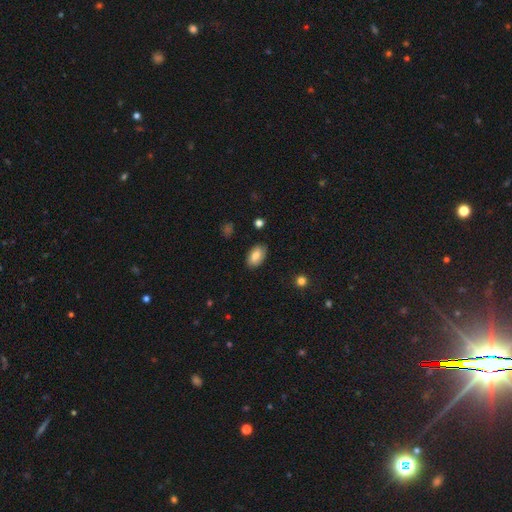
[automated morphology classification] A smooth galaxy with no disk features (78%) that is in between round and cigar-shaped (93%).

Vote fractions:
- Smooth or featured? smooth: 78% / featured or disk: 15% / star or artifact: 7%
- How rounded? in between: 93% / round: 5% / cigar-shaped: 2%
- Merging? none: 85% / minor disturbance: 11% / major disturbance: 2% / merger: 1%